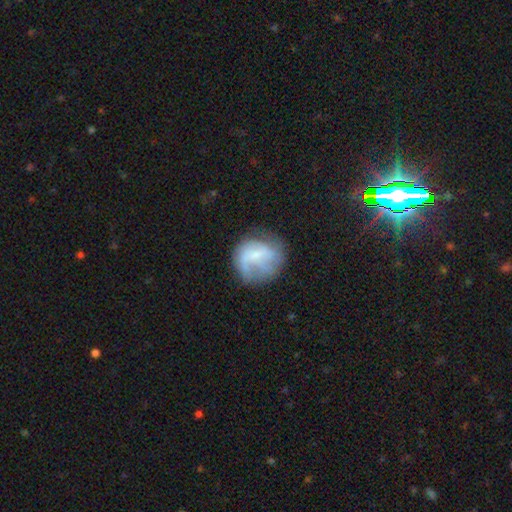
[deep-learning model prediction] smooth_or_featured: featured or disk (p=0.49) [alt: smooth p=0.42]
merging: none (p=0.49) [alt: minor disturbance p=0.26]